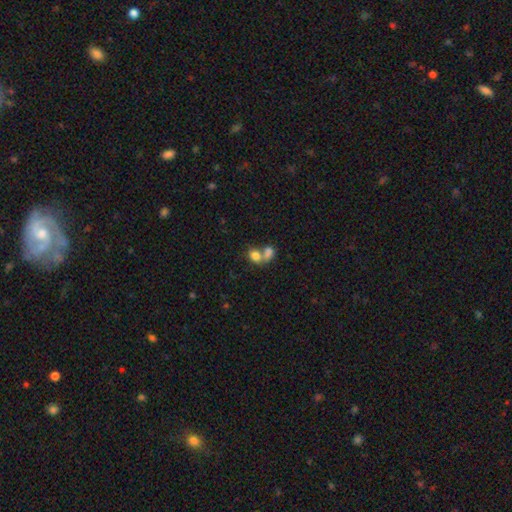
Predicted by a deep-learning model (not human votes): Smooth or featured: smooth — 78% (featured or disk — 12%)
How rounded: in between — 61% (round — 38%)
Merging: merger — 64% (none — 25%)